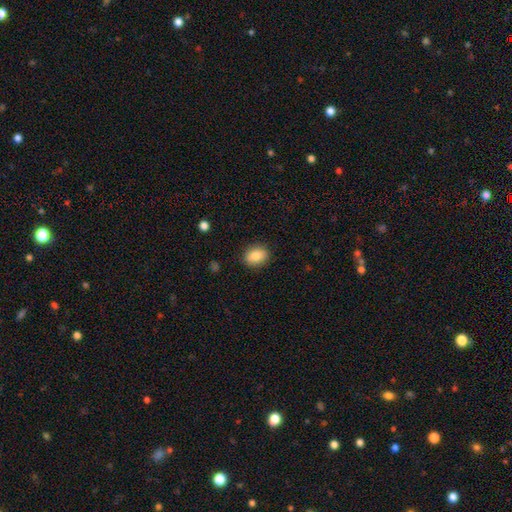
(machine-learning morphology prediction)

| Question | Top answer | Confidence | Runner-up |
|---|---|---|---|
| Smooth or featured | smooth | 83% | featured or disk (9%) |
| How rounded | in between | 61% | round (38%) |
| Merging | none | 87% | minor disturbance (9%) |